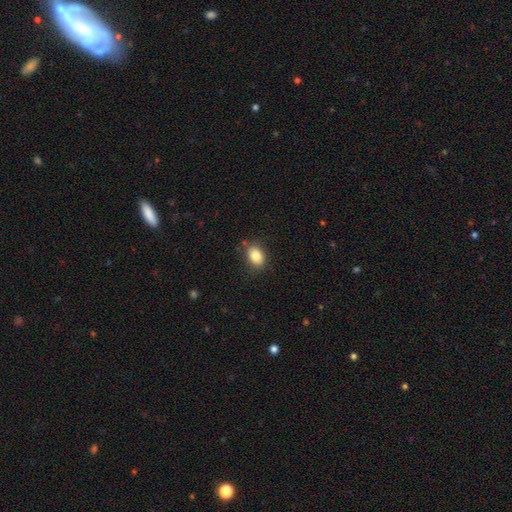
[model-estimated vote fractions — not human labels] A smooth galaxy with no disk features (83%) that is in between round and cigar-shaped (72%). Merging: none (82%).